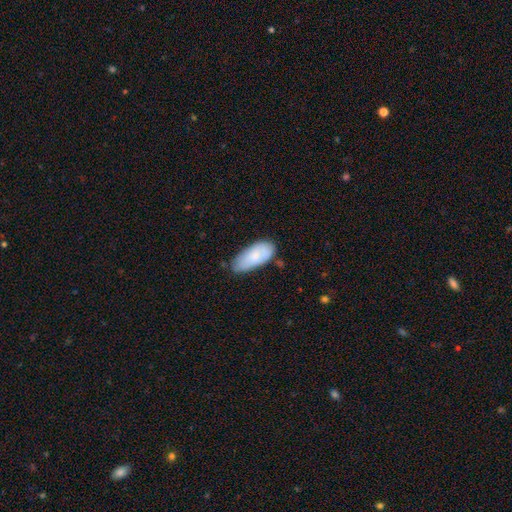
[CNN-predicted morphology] A smooth galaxy with no disk features (79%) that is in between round and cigar-shaped (89%). Merging: none (56%).